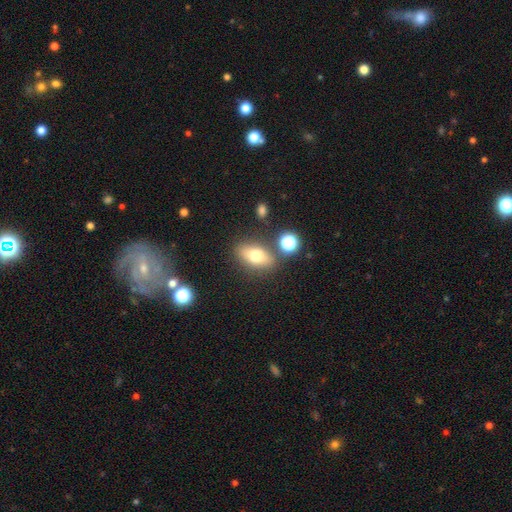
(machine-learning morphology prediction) A smooth galaxy with no disk features (67%) that is in between round and cigar-shaped (78%). Merging: none (79%).